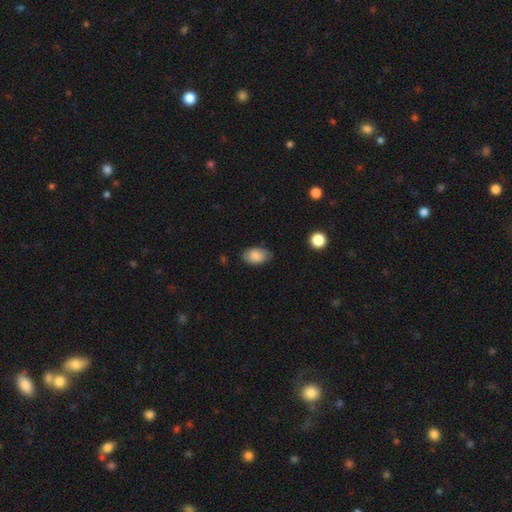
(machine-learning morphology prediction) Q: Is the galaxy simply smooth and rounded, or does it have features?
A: smooth — 86%.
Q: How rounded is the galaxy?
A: in between — 91%.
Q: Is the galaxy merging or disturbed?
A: none — 77%.